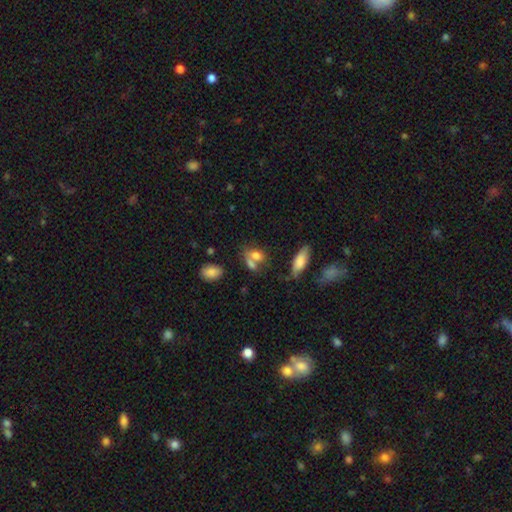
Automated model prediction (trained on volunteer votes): Smooth or featured?
  - smooth: 73% *
  - featured or disk: 14%
  - star or artifact: 13%
How rounded?
  - in between: 72% *
  - round: 24%
  - cigar-shaped: 5%
Merging?
  - merger: 44% *
  - none: 34%
  - minor disturbance: 14%
  - major disturbance: 8%